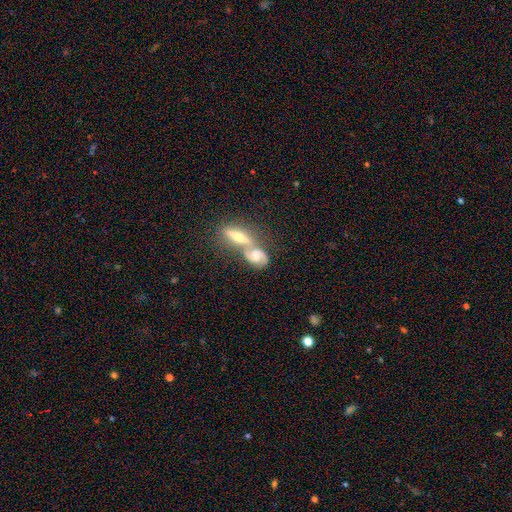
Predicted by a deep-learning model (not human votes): A featured or disk galaxy (63%).

Vote fractions:
- Smooth or featured? featured or disk: 63% / smooth: 29% / star or artifact: 8%
- Edge-on disk? no: 77% / yes: 23%
- Merging? merger: 58% / none: 28% / minor disturbance: 8% / major disturbance: 5%